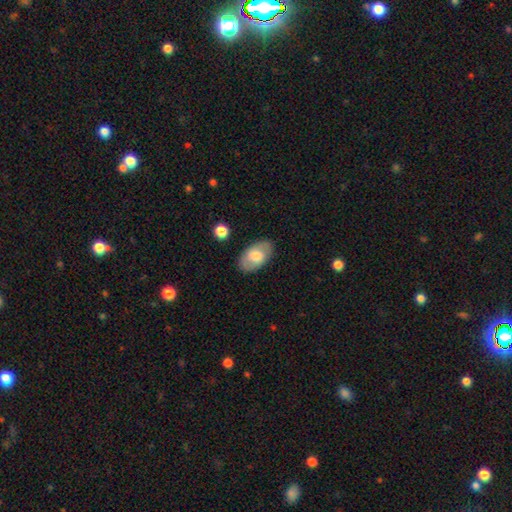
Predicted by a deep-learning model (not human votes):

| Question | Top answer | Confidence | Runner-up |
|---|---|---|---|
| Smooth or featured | smooth | 66% | featured or disk (28%) |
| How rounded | in between | 93% | round (5%) |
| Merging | none | 84% | minor disturbance (12%) |